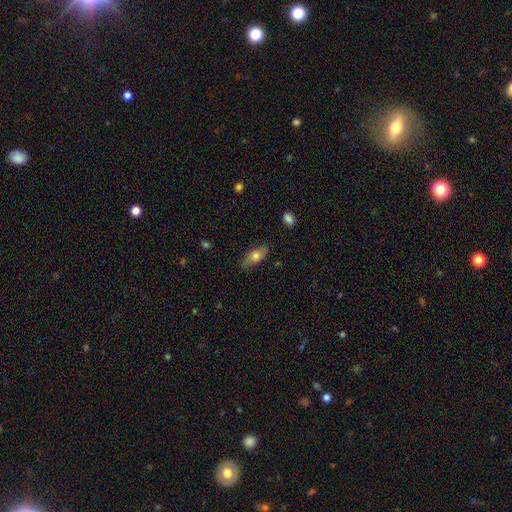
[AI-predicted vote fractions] The model was most divided on "smooth or featured": smooth: 70%, featured or disk: 23%, star or artifact: 7%. More confident: merging — none (83%); how rounded — in between (76%).